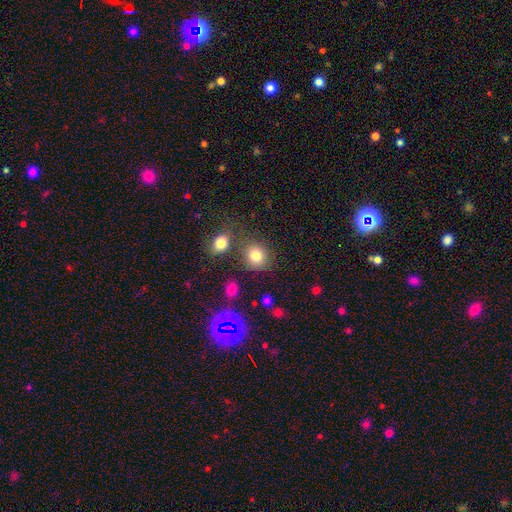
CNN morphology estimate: The model was most divided on "merging": none: 74%, minor disturbance: 11%, merger: 11%, major disturbance: 5%. More confident: how rounded — round (81%); smooth or featured — smooth (78%).